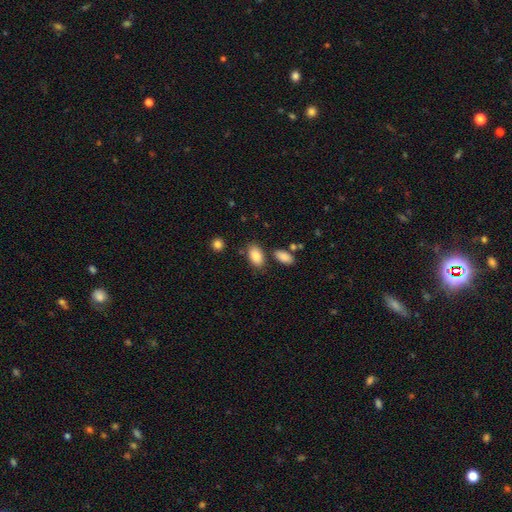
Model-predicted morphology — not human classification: Smooth or featured? Predicted: smooth (p=0.87). How rounded? Predicted: in between (p=0.91). Merging? Predicted: none (p=0.74).